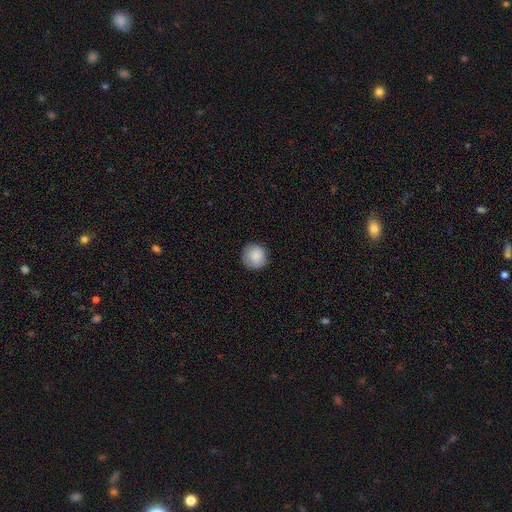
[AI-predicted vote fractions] smooth 88%, star or artifact 7%, featured or disk 5%. Down the decision tree: how rounded — round (93%); merging — none (87%).